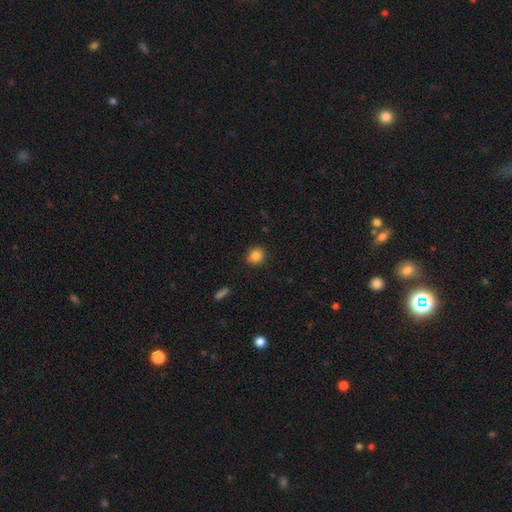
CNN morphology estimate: Overall: smooth (85%). How rounded: round (81%). Merging: none (88%).